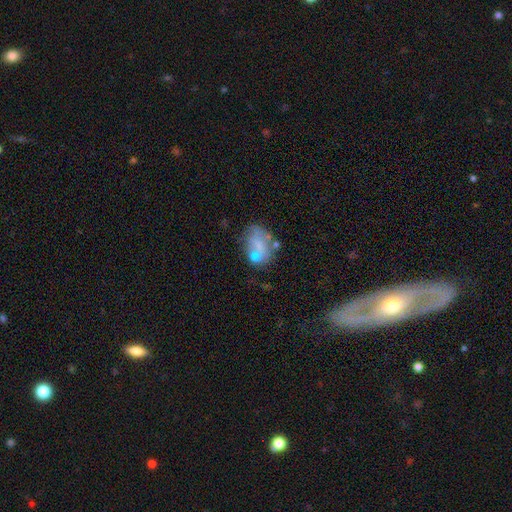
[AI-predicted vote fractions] smooth_or_featured: smooth (p=0.52) [alt: featured or disk p=0.37]
how_rounded: in between (p=0.70) [alt: round p=0.29]
merging: none (p=0.33) [alt: merger p=0.25]